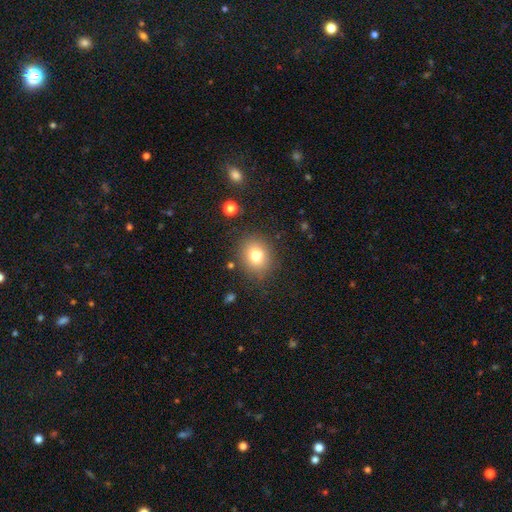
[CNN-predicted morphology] Smooth or featured?
  - smooth: 78% *
  - star or artifact: 12%
  - featured or disk: 10%
How rounded?
  - round: 64% *
  - in between: 36%
  - cigar-shaped: 1%
Merging?
  - none: 84% *
  - minor disturbance: 10%
  - major disturbance: 4%
  - merger: 2%